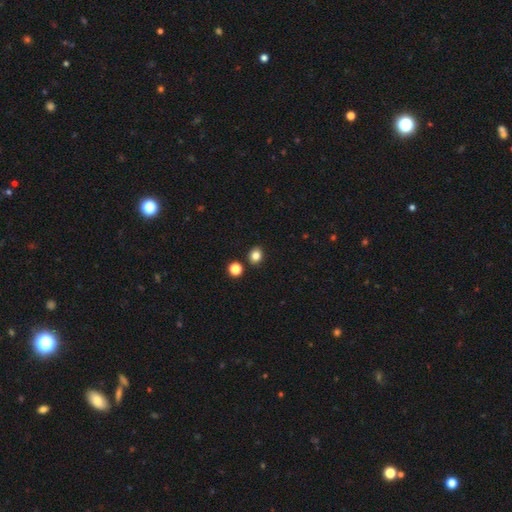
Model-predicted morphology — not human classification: Smooth or featured: smooth — 83% (star or artifact — 12%)
How rounded: round — 60% (in between — 39%)
Merging: none — 85% (minor disturbance — 8%)